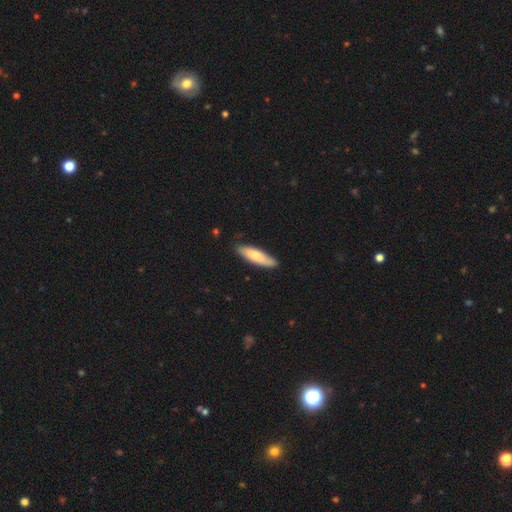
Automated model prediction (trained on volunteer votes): smooth_or_featured: smooth (p=0.71) [alt: featured or disk p=0.24]
how_rounded: cigar-shaped (p=0.63) [alt: in between p=0.35]
merging: none (p=0.80) [alt: minor disturbance p=0.16]